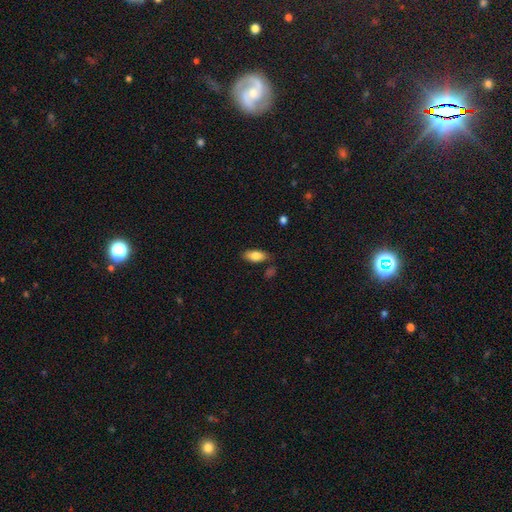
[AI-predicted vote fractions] Morphology: type=smooth (82%); roundness=in between (87%); merging=none (77%).